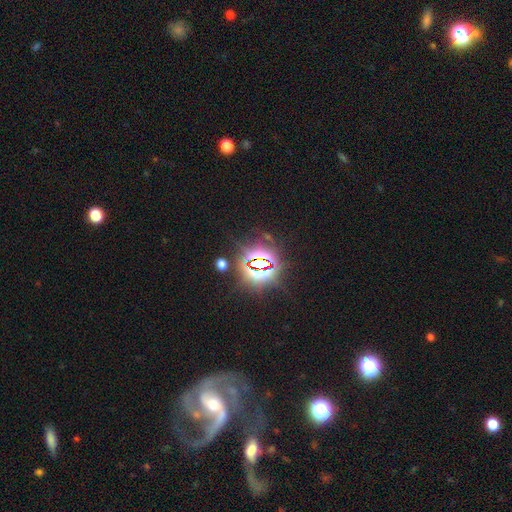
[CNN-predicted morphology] This appears to be a star or artifact, not a galaxy (39%).